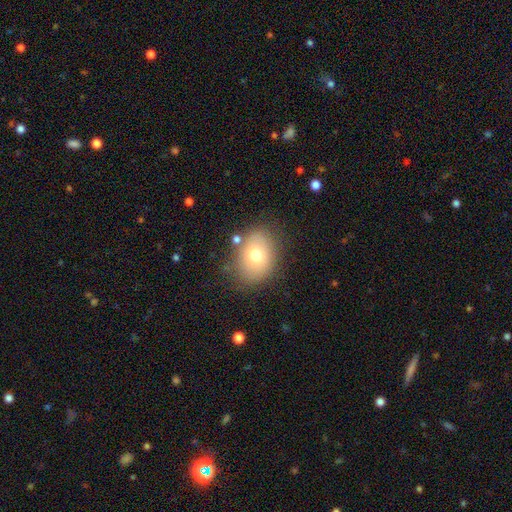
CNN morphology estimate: This appears to be a smooth galaxy with no disk features (73%) that is in between round and cigar-shaped (66%). Merging: none (78%).